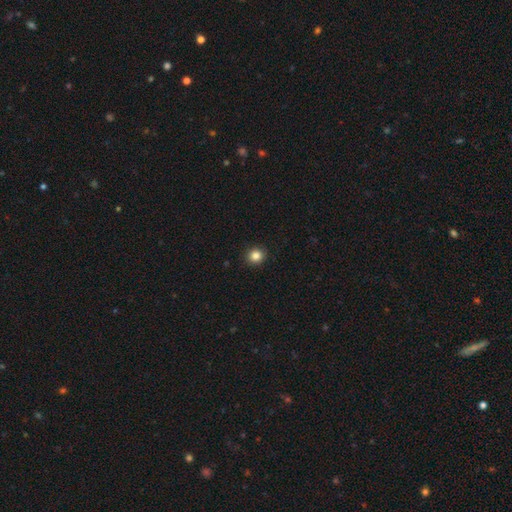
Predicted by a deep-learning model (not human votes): Overall: smooth (85%). How rounded: round (88%). Merging: none (92%).